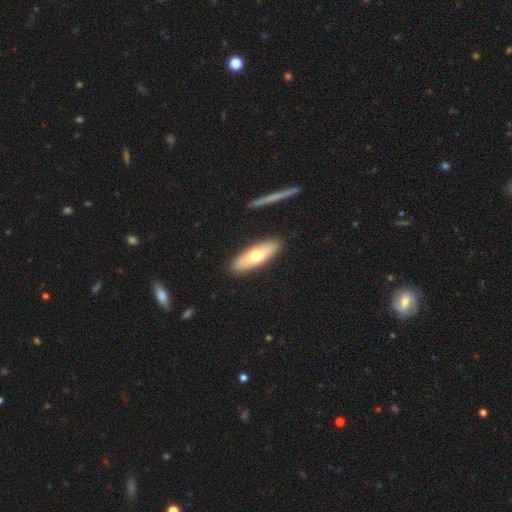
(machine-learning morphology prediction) A smooth galaxy with no disk features (63%) that is in between round and cigar-shaped (55%).

Vote fractions:
- Smooth or featured? smooth: 63% / featured or disk: 31% / star or artifact: 5%
- How rounded? in between: 55% / cigar-shaped: 43% / round: 2%
- Merging? none: 89% / minor disturbance: 7% / merger: 2% / major disturbance: 2%